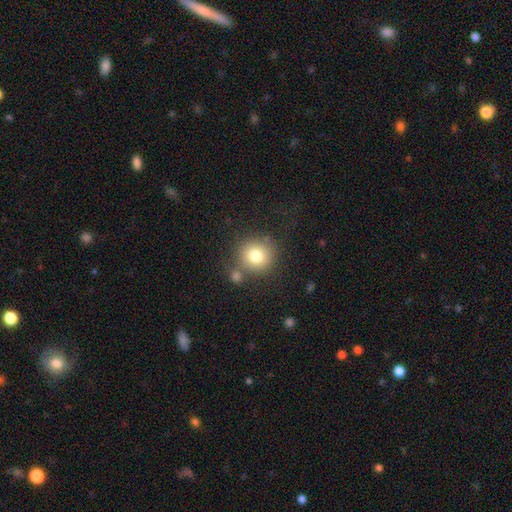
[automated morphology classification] Smooth or featured: smooth — 77% (star or artifact — 12%)
How rounded: round — 90% (in between — 9%)
Merging: none — 71% (merger — 13%)